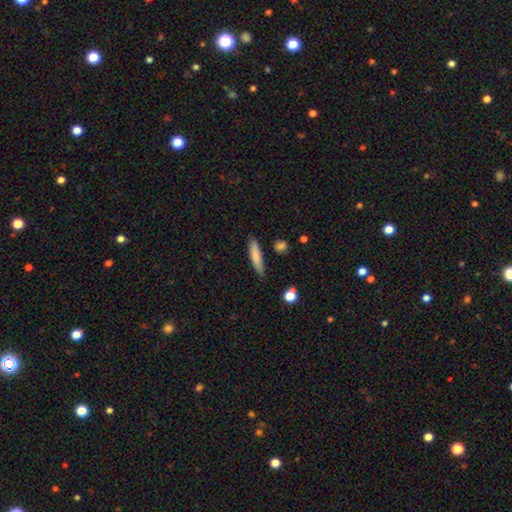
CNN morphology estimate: Smooth or featured: smooth — 80% (featured or disk — 13%)
How rounded: cigar-shaped — 83% (in between — 15%)
Merging: none — 83% (minor disturbance — 13%)